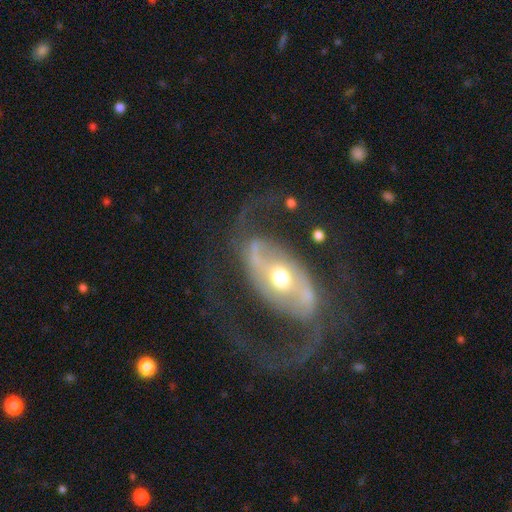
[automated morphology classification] A featured or disk galaxy (82%) with no bar (43%), 2 (88%) loose (49%) spiral arms (83%) and a moderate central bulge (74%). Merging: none (59%).